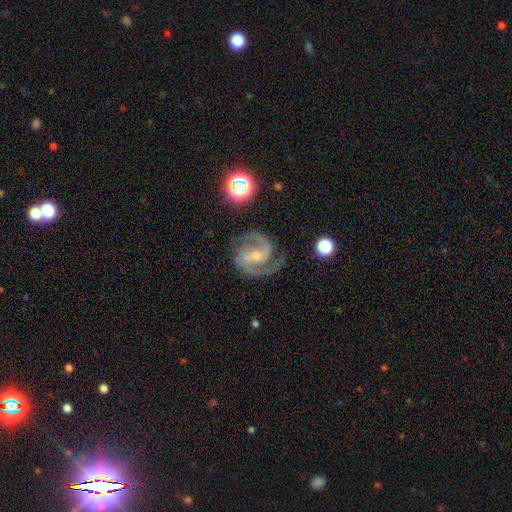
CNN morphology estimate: smooth_or_featured: featured or disk (p=0.92) [alt: star or artifact p=0.05]
disk_edge_on: no (p=0.98) [alt: yes p=0.02]
bar: weak (p=0.40) [alt: no p=0.31]
has_spiral_arms: yes (p=0.98) [alt: no p=0.02]
spiral_winding: medium (p=0.61) [alt: tight p=0.29]
spiral_arm_count: 2 (p=0.88) [alt: 3 p=0.06]
bulge_size: small (p=0.68) [alt: moderate p=0.29]
merging: none (p=0.80) [alt: minor disturbance p=0.14]